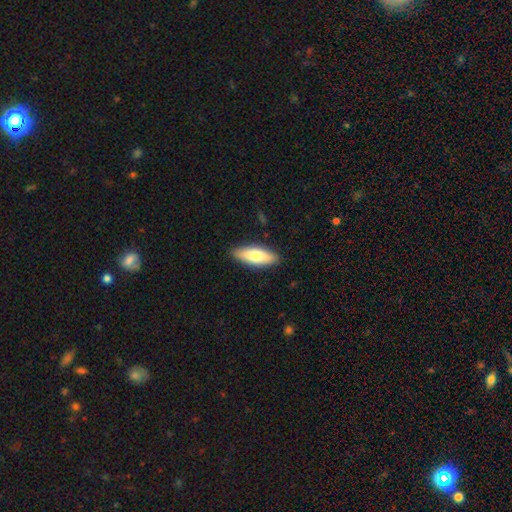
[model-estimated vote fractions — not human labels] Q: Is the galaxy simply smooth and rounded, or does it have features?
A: smooth — 75%.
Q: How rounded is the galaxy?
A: in between — 62%.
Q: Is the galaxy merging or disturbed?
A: none — 88%.